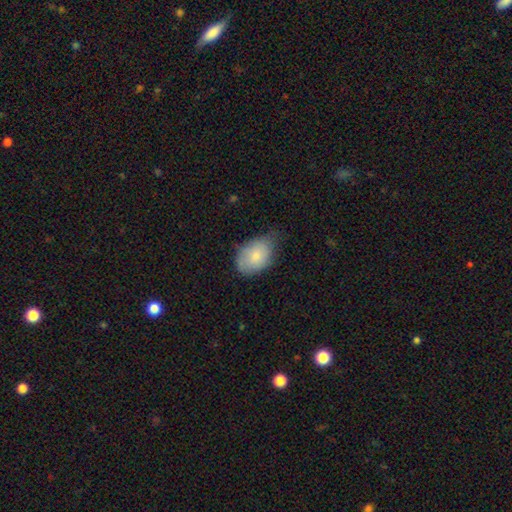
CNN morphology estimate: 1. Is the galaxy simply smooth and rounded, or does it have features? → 80% smooth, 14% featured or disk, 6% star or artifact.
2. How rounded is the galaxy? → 83% in between, 16% round, 1% cigar-shaped.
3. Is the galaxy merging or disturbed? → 48% none, 42% minor disturbance, 9% major disturbance, 1% merger.